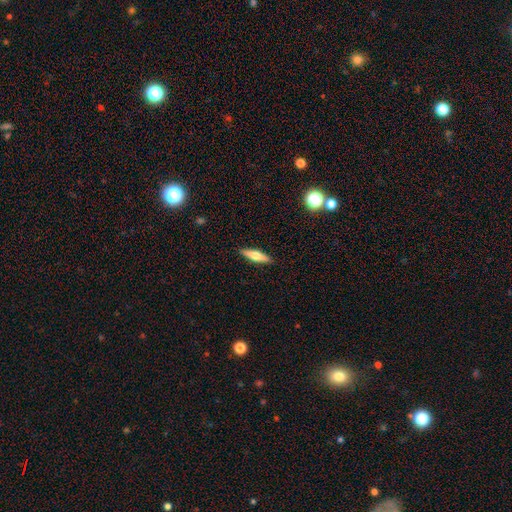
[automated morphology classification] Smooth or featured? smooth (56%)
How rounded? cigar-shaped (71%)
Merging? none (90%)